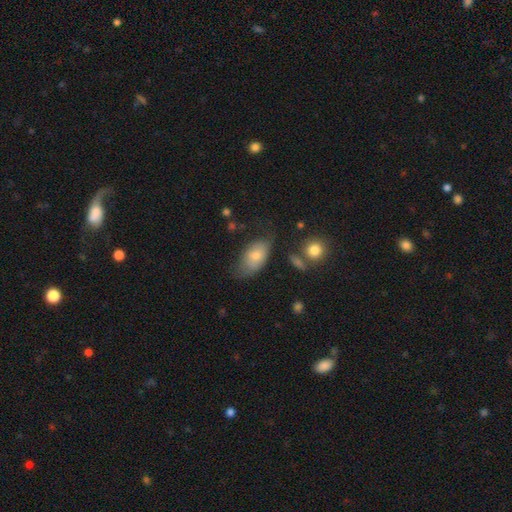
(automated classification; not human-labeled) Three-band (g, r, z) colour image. It shows a smooth galaxy with no disk features (74%) that is in between round and cigar-shaped (91%). Merging: none (50%).